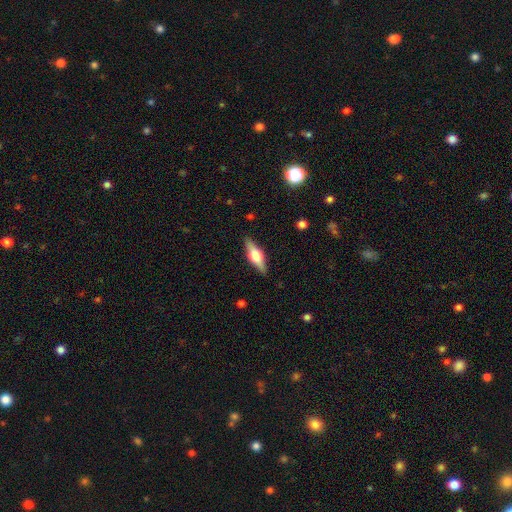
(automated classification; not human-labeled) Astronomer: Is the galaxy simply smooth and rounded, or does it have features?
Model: featured or disk — 60%.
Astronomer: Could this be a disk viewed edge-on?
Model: yes — 94%.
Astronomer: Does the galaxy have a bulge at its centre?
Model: rounded — 94%.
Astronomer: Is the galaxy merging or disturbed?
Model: none — 89%.